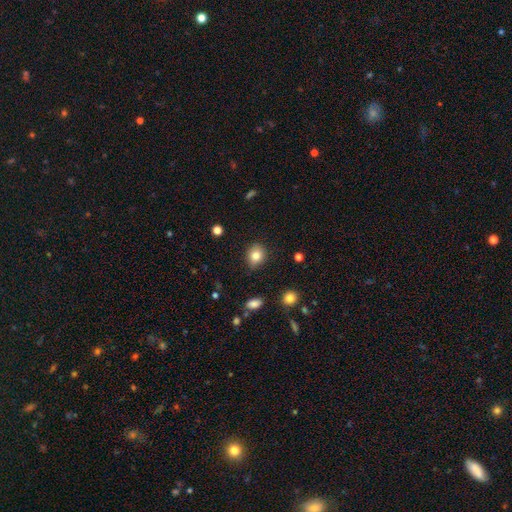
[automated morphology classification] This is clearly a smooth galaxy (83%). How rounded: likely round (65%). Merging: clearly none (81%).